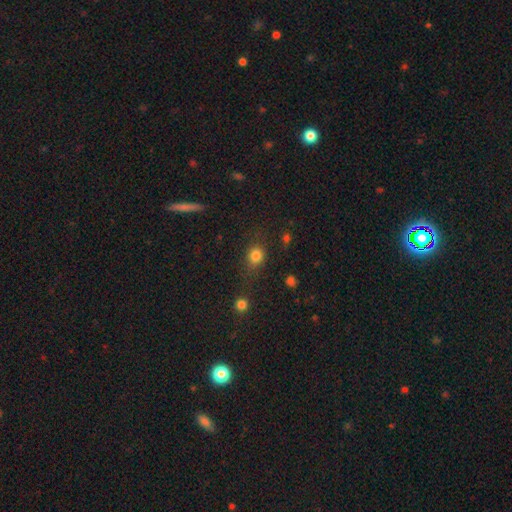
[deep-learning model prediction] Smooth or featured?
  - smooth: 80% *
  - star or artifact: 13%
  - featured or disk: 6%
How rounded?
  - round: 68% *
  - in between: 30%
  - cigar-shaped: 2%
Merging?
  - none: 70% *
  - minor disturbance: 17%
  - major disturbance: 8%
  - merger: 5%